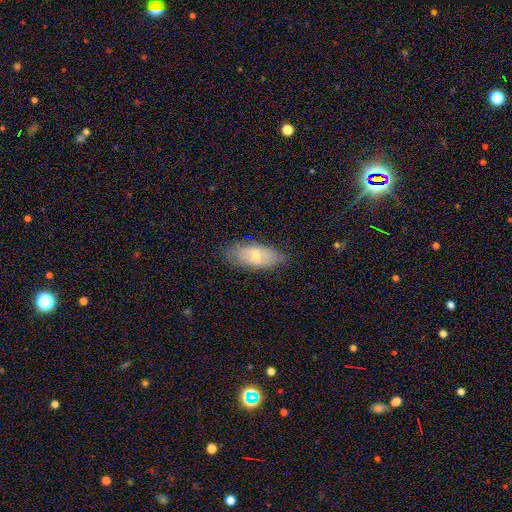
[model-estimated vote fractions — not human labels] smooth-or-featured: smooth: 56% | featured or disk: 37% | star or artifact: 7%
  how-rounded: in between: 87% | cigar-shaped: 10% | round: 3%
  merging: none: 74% | minor disturbance: 20% | major disturbance: 4% | merger: 1%